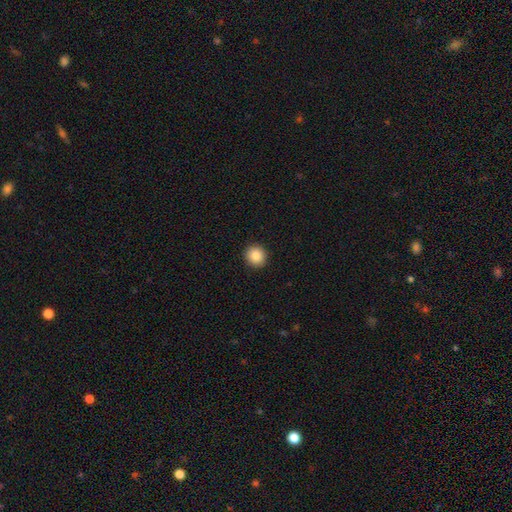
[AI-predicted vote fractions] A smooth galaxy with no disk features (88%) that is round (90%). Merging: none (92%).